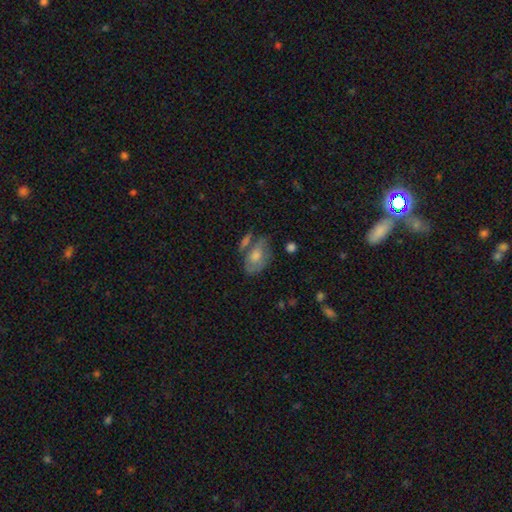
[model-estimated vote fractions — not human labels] Morphology: type=smooth (53%); roundness=in between (85%); merging=none (49%).